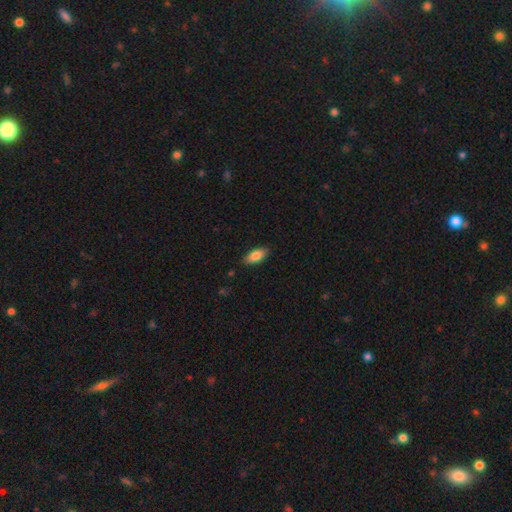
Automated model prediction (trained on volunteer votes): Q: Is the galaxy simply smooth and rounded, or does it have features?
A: smooth — 84%.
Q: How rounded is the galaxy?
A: in between — 89%.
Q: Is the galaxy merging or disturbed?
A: none — 86%.